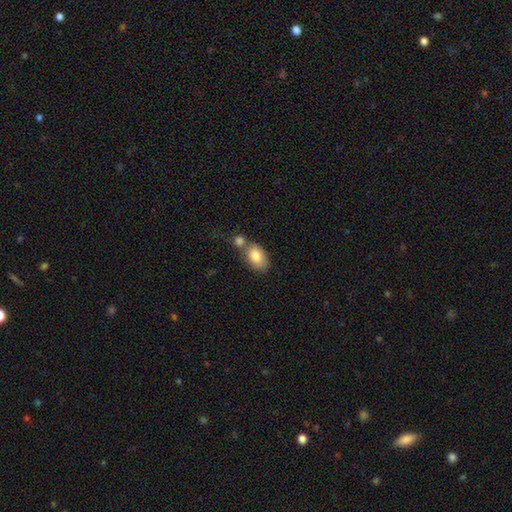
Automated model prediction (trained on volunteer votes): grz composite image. It shows a smooth galaxy with no disk features (82%) that is in between round and cigar-shaped (89%). Merging: merger (42%).